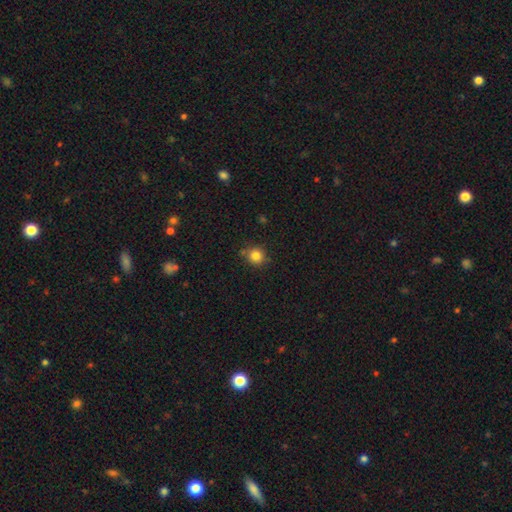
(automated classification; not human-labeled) Smooth or featured? smooth (83%)
How rounded? round (88%)
Merging? none (77%)